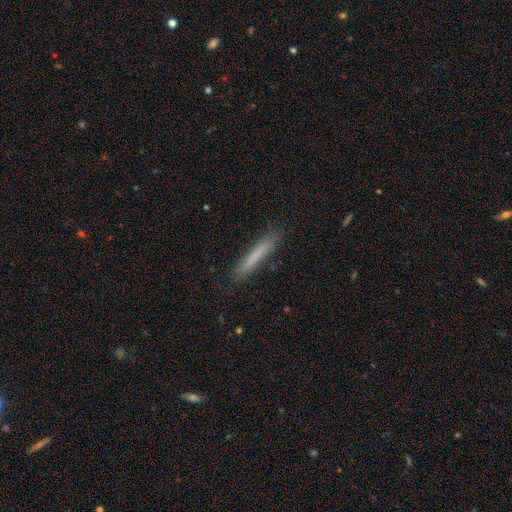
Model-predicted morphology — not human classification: smooth-or-featured: smooth: 74% | featured or disk: 19% | star or artifact: 7%
  how-rounded: cigar-shaped: 95% | in between: 4% | round: 1%
  merging: none: 86% | minor disturbance: 11% | major disturbance: 2% | merger: 1%